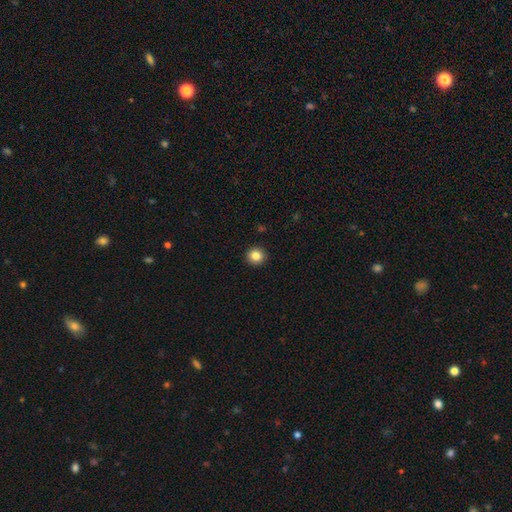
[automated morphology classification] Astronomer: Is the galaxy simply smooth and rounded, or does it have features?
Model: smooth — 84%.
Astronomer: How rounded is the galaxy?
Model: round — 93%.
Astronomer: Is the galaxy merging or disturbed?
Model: none — 93%.